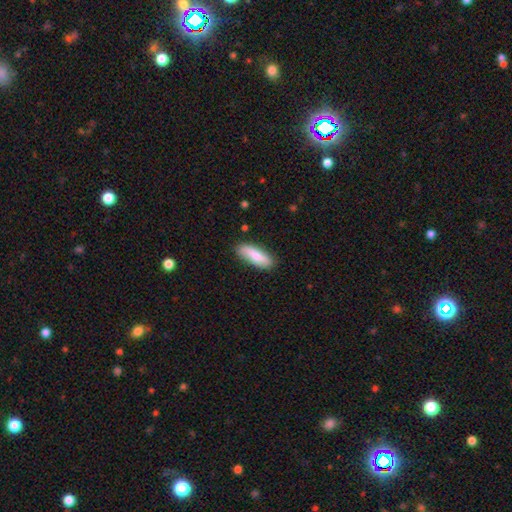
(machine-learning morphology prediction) This is likely a smooth galaxy (78%). How rounded: possibly in between (58%). Merging: clearly none (84%).